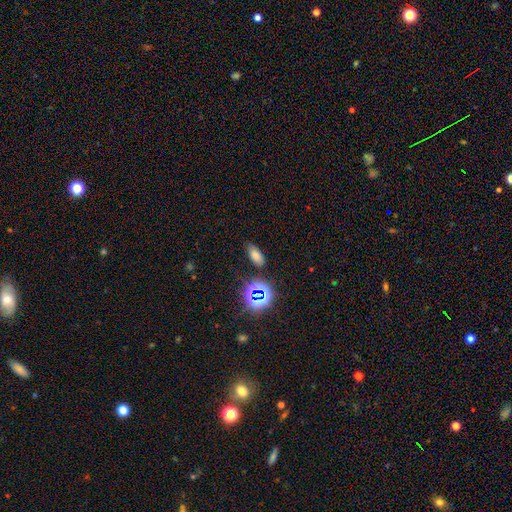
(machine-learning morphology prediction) A smooth galaxy with no disk features (69%) that is in between round and cigar-shaped (87%).

Vote fractions:
- Smooth or featured? smooth: 69% / star or artifact: 22% / featured or disk: 9%
- How rounded? in between: 87% / cigar-shaped: 7% / round: 6%
- Merging? none: 78% / minor disturbance: 14% / major disturbance: 4% / merger: 3%